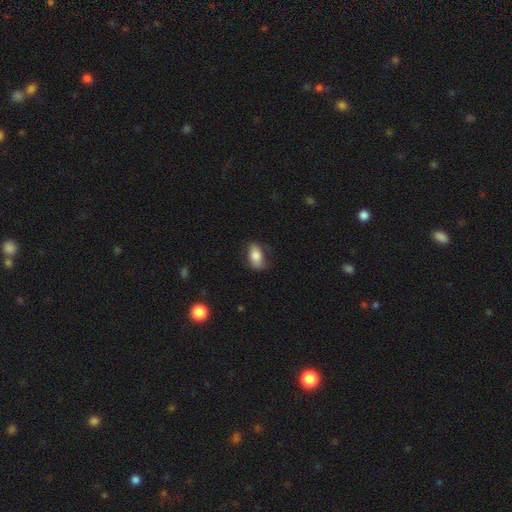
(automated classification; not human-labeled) Overall: smooth (79%). How rounded: in between (89%). Merging: none (66%).